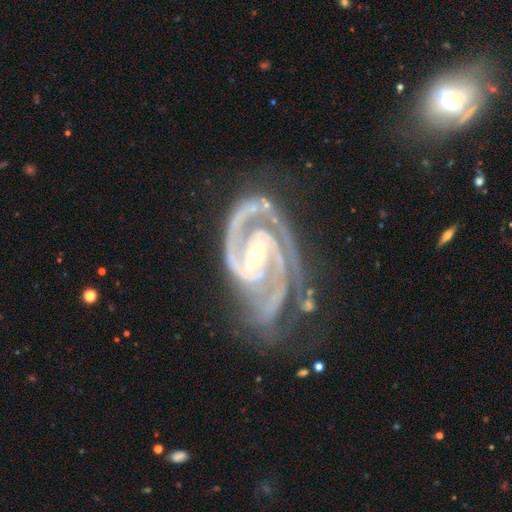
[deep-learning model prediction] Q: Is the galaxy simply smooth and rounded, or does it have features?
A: featured or disk — 94%.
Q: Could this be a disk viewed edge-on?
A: no — 98%.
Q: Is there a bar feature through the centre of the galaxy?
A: weak — 38%.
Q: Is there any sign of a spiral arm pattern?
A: yes — 99%.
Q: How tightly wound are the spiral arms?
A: tight — 62%.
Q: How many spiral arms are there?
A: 2 — 66%.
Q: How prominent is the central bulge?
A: small — 65%.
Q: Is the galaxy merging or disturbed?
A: none — 47%.